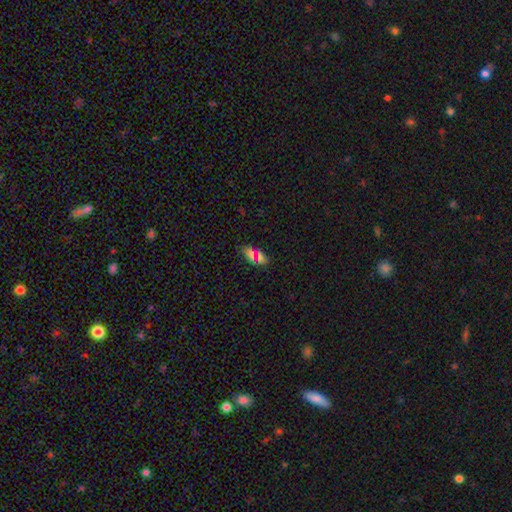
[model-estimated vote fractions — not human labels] Morphology: type=smooth (64%); roundness=in between (80%); merging=none (76%).